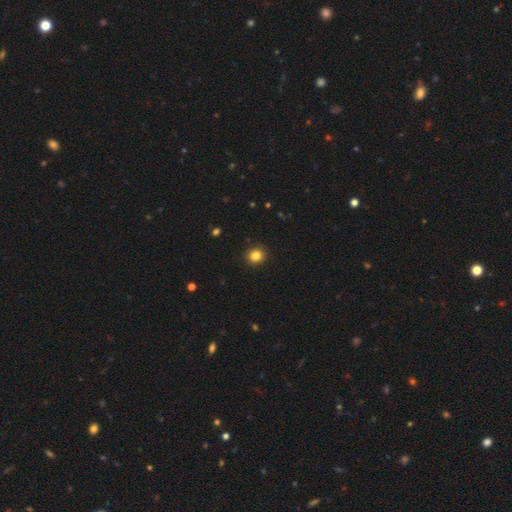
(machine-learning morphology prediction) Smooth or featured: smooth — 84% (star or artifact — 11%)
How rounded: round — 84% (in between — 16%)
Merging: none — 91% (minor disturbance — 6%)